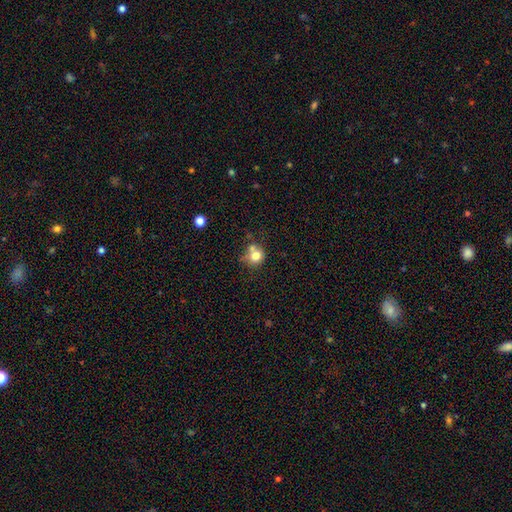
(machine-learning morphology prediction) This is likely a smooth galaxy (75%). How rounded: clearly round (81%). Merging: possibly none (48%).